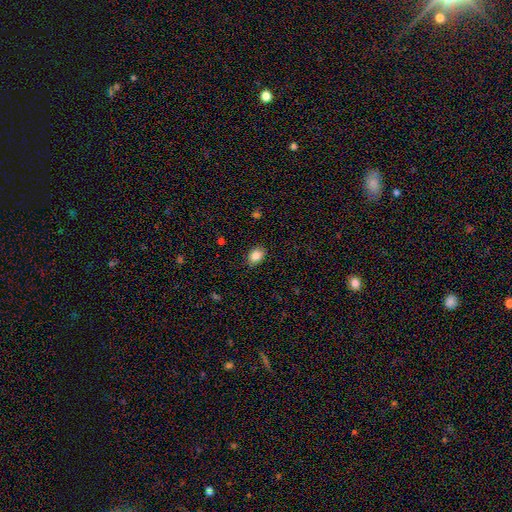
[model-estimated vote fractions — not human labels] smooth 86%, star or artifact 9%, featured or disk 5%. Down the decision tree: how rounded — in between (67%); merging — none (86%).